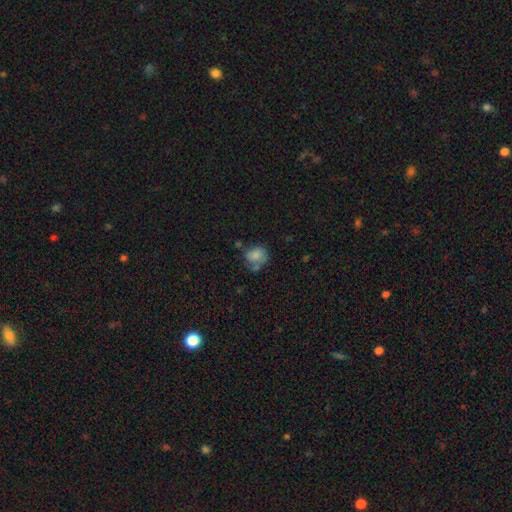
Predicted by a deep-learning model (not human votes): This appears to be a smooth galaxy with no disk features (74%) that is round (58%). Merging: none (43%).